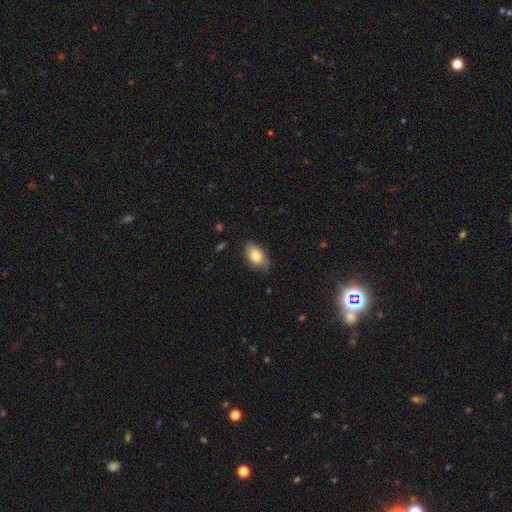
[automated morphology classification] type=smooth (83%); roundness=in between (92%); merging=none (78%).